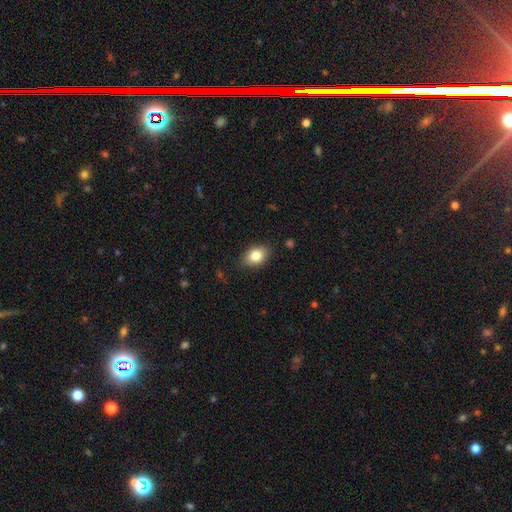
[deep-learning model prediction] smooth 83%, featured or disk 9%, star or artifact 8%. Down the decision tree: how rounded — in between (77%); merging — none (84%).